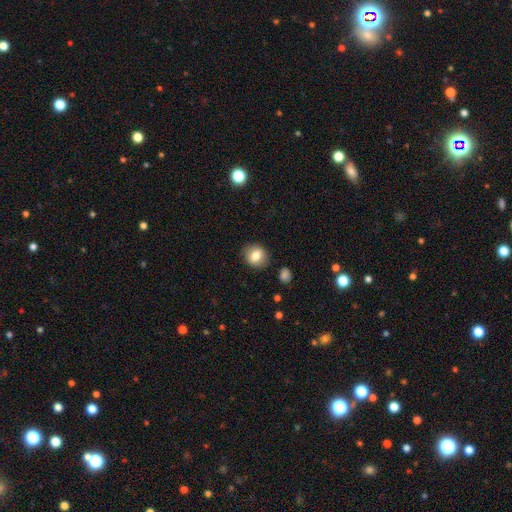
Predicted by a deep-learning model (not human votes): Smooth or featured?
  - smooth: 77% *
  - featured or disk: 14%
  - star or artifact: 9%
How rounded?
  - round: 70% *
  - in between: 28%
  - cigar-shaped: 1%
Merging?
  - none: 86% *
  - minor disturbance: 10%
  - major disturbance: 3%
  - merger: 2%